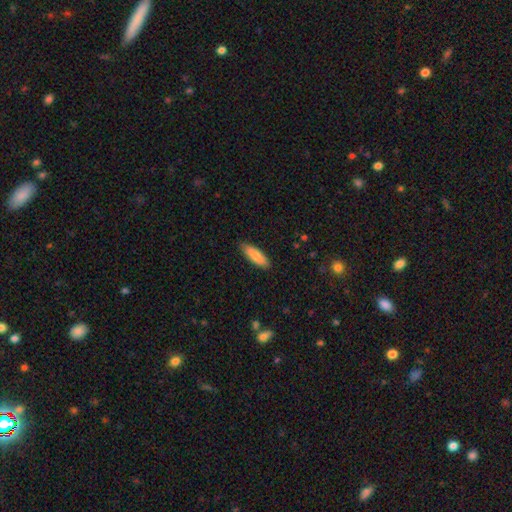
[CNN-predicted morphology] This is clearly a smooth galaxy (86%). How rounded: possibly in between (50%). Merging: clearly none (86%).